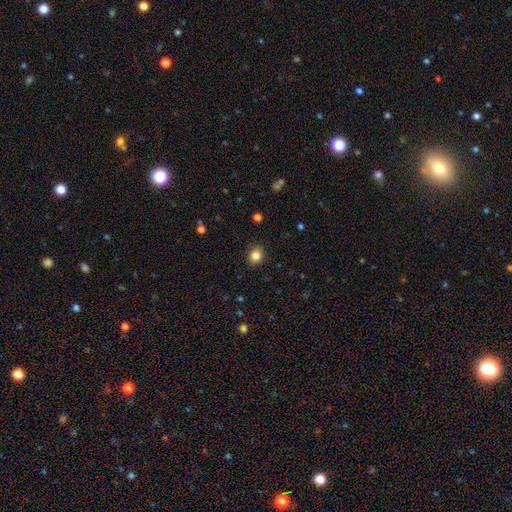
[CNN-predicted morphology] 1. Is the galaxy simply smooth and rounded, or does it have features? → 84% smooth, 11% star or artifact, 5% featured or disk.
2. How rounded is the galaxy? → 70% round, 30% in between, 1% cigar-shaped.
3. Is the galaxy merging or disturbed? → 89% none, 8% minor disturbance, 2% major disturbance, 1% merger.